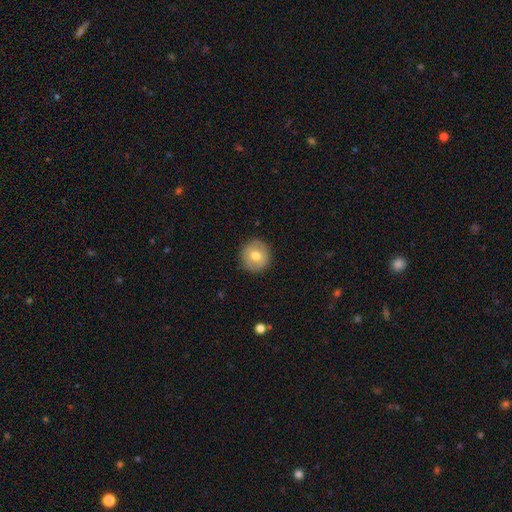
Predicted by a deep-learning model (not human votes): Overall: smooth (68%). How rounded: round (93%). Merging: none (89%).